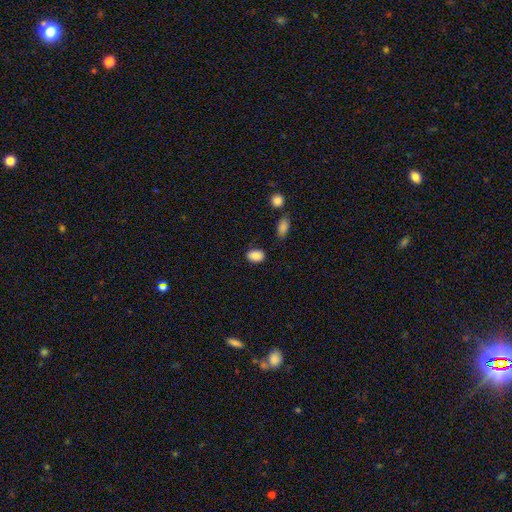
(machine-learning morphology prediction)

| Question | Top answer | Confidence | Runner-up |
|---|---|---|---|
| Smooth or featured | smooth | 87% | star or artifact (8%) |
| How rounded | in between | 81% | round (18%) |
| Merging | none | 79% | minor disturbance (15%) |